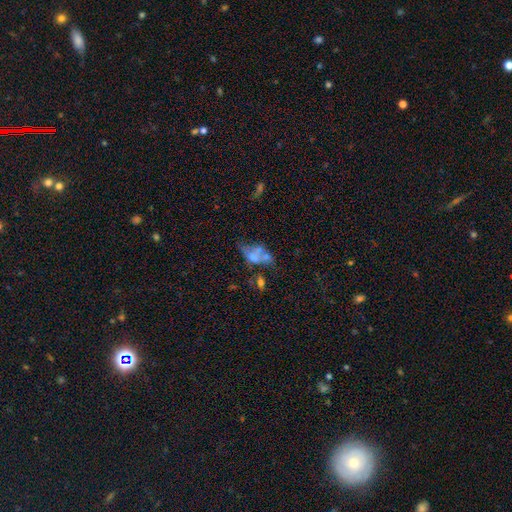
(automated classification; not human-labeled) Smooth or featured? Predicted: featured or disk (p=0.45). Merging? Predicted: merger (p=0.40).